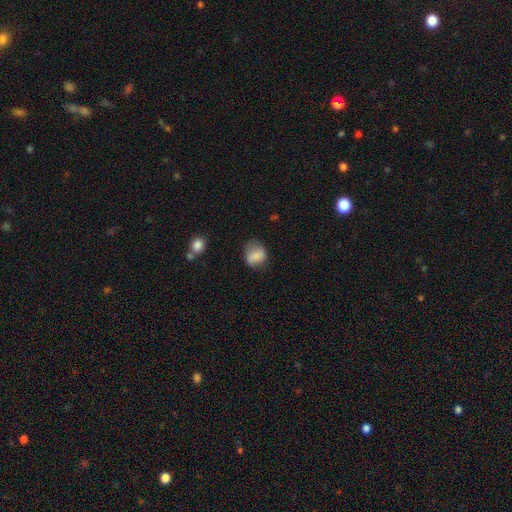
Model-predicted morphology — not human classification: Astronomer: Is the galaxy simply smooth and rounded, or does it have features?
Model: smooth — 78%.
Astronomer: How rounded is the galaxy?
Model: round — 60% (runner-up: in between, 39%).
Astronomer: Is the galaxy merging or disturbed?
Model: none — 58%.